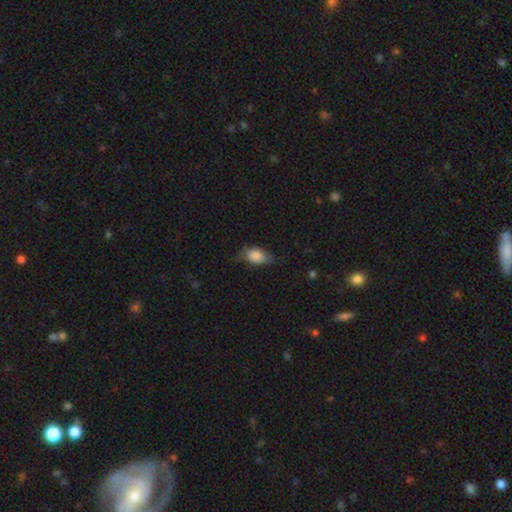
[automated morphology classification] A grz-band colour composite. It shows a smooth galaxy with no disk features (81%) that is in between round and cigar-shaped (87%). Merging: none (52%).